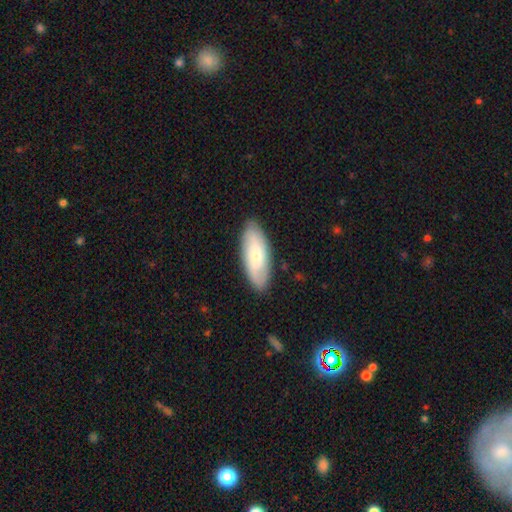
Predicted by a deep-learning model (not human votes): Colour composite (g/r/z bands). It shows a smooth galaxy with no disk features (58%) that is in between round and cigar-shaped (75%). Merging: none (86%).